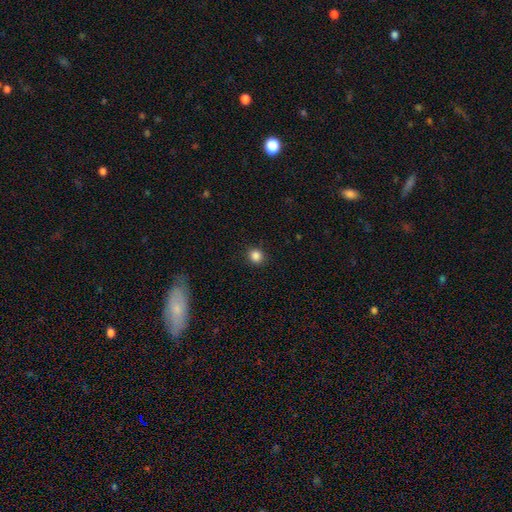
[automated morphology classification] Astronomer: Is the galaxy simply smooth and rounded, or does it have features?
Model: smooth — 85%.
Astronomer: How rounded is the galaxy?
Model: round — 86%.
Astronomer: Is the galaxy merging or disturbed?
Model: none — 90%.